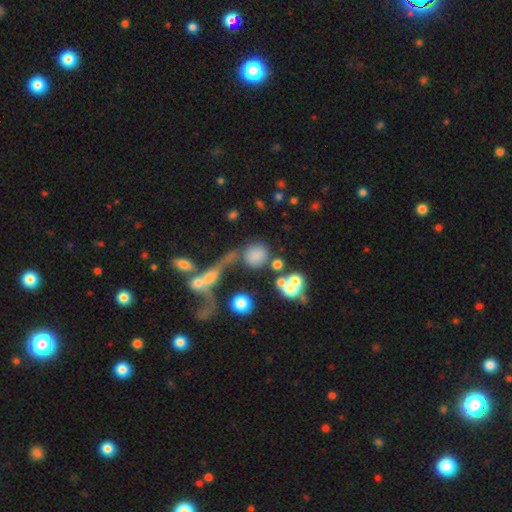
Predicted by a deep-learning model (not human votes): The model was most divided on "merging": none: 46%, merger: 32%, minor disturbance: 11%, major disturbance: 10%. More confident: how rounded — round (79%); smooth or featured — smooth (73%).